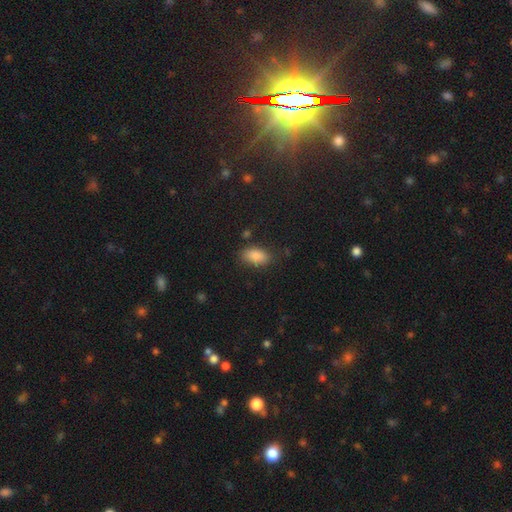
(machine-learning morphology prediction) Smooth or featured: smooth — 85% (star or artifact — 9%)
How rounded: in between — 91% (round — 5%)
Merging: none — 81% (minor disturbance — 13%)